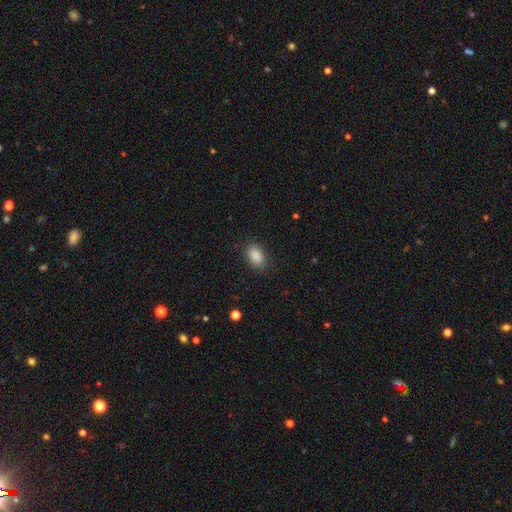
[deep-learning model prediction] smooth_or_featured: smooth (p=0.89) [alt: star or artifact p=0.08]
how_rounded: in between (p=0.89) [alt: round p=0.10]
merging: none (p=0.86) [alt: minor disturbance p=0.10]